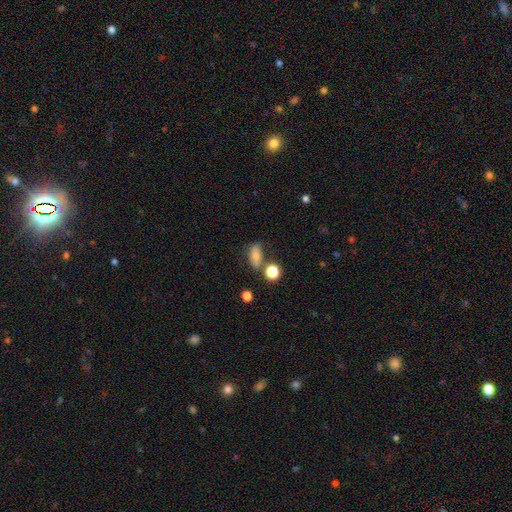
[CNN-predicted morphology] This is likely a smooth galaxy (70%). How rounded: likely in between (79%). Merging: possibly none (58%).